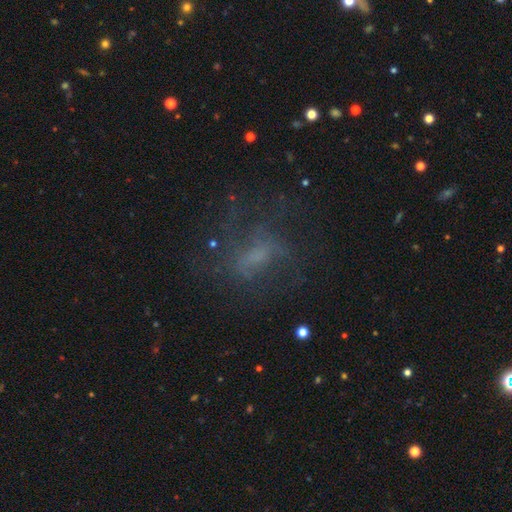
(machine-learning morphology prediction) The model was most divided on "smooth or featured": featured or disk: 46%, smooth: 30%, star or artifact: 24%. More confident: merging — none (55%).